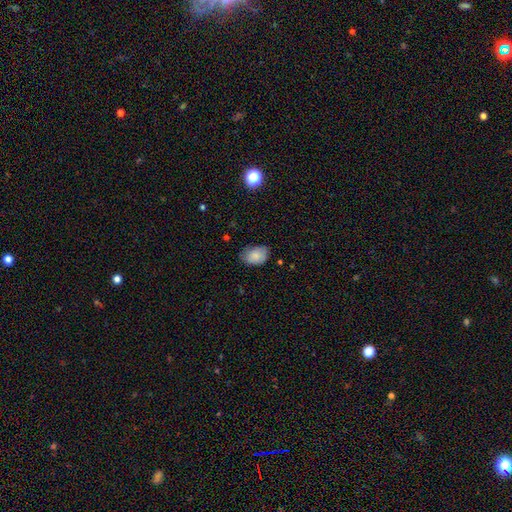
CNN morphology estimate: Smooth or featured?
  - smooth: 84% *
  - featured or disk: 8%
  - star or artifact: 8%
How rounded?
  - in between: 82% *
  - round: 17%
  - cigar-shaped: 1%
Merging?
  - none: 71% *
  - minor disturbance: 24%
  - major disturbance: 4%
  - merger: 1%